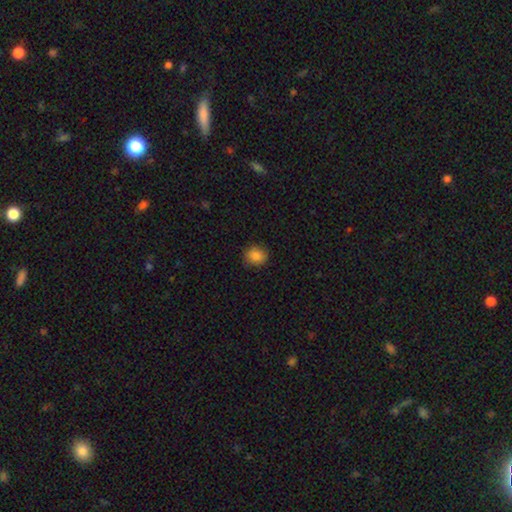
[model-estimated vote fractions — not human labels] A smooth galaxy with no disk features (86%) that is round (80%).

Vote fractions:
- Smooth or featured? smooth: 86% / star or artifact: 9% / featured or disk: 5%
- How rounded? round: 80% / in between: 19% / cigar-shaped: 1%
- Merging? none: 87% / minor disturbance: 10% / major disturbance: 2% / merger: 1%